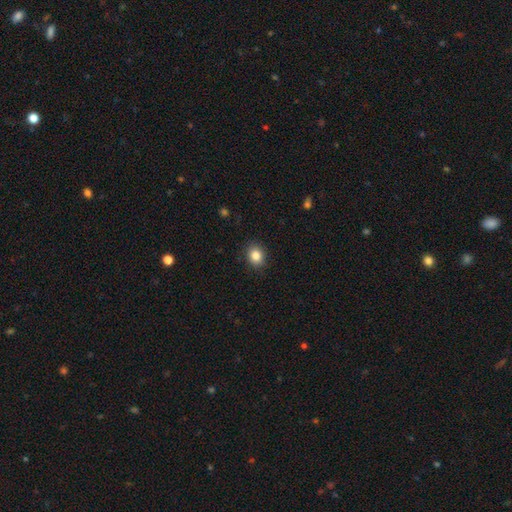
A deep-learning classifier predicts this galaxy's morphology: This is clearly a smooth galaxy (85%). How rounded: possibly round (59%). Merging: clearly none (89%).